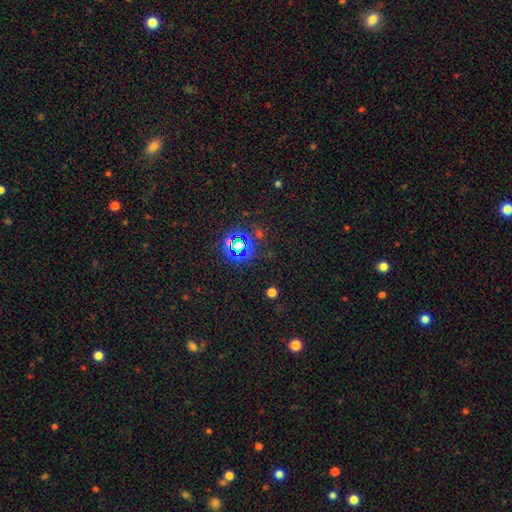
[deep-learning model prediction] smooth_or_featured: star or artifact (p=0.48) [alt: smooth p=0.45]